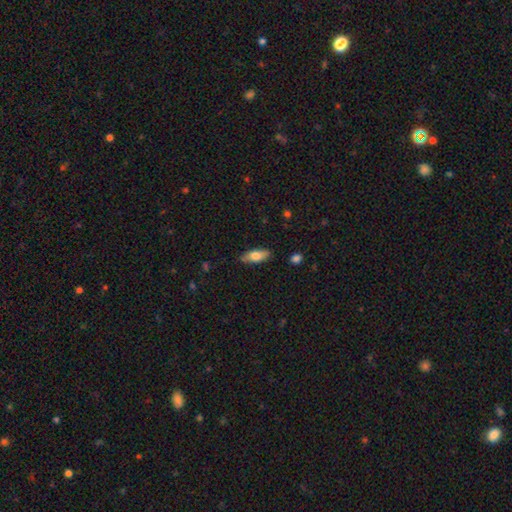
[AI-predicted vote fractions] smooth 72%, featured or disk 22%, star or artifact 6%. Down the decision tree: how rounded — in between (72%); merging — none (83%).